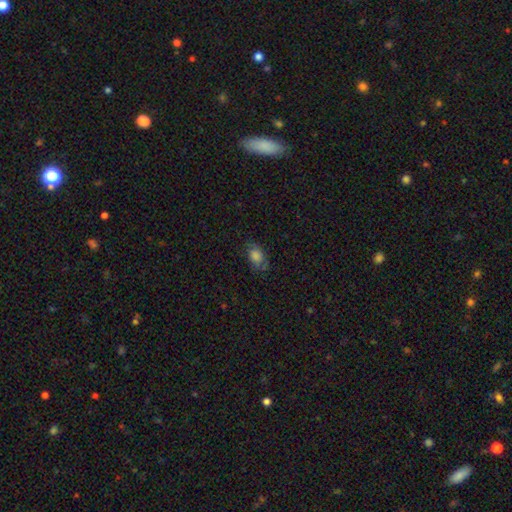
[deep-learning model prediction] smooth-or-featured: smooth: 72% | featured or disk: 15% | star or artifact: 14%
  how-rounded: in between: 79% | round: 18% | cigar-shaped: 2%
  merging: none: 69% | minor disturbance: 22% | major disturbance: 8% | merger: 2%